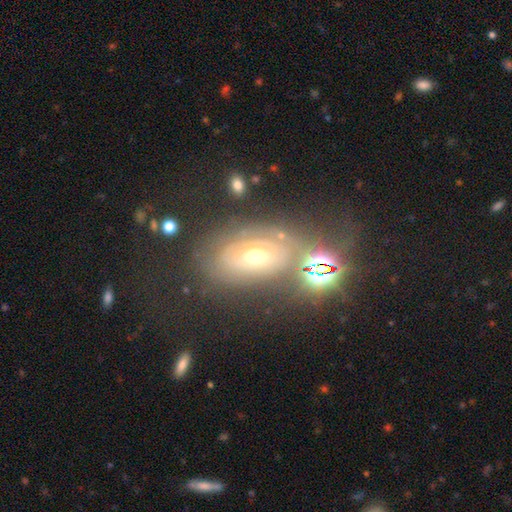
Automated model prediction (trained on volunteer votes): A featured or disk galaxy (61%) with no bar (69%), spiral arms (67%) and a moderate central bulge (53%). Merging: none (57%).